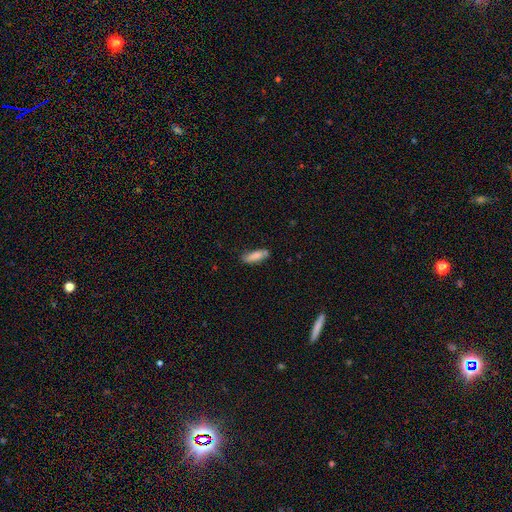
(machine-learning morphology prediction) Smooth or featured? Predicted: smooth (p=0.83). How rounded? Predicted: in between (p=0.54). Merging? Predicted: none (p=0.75).